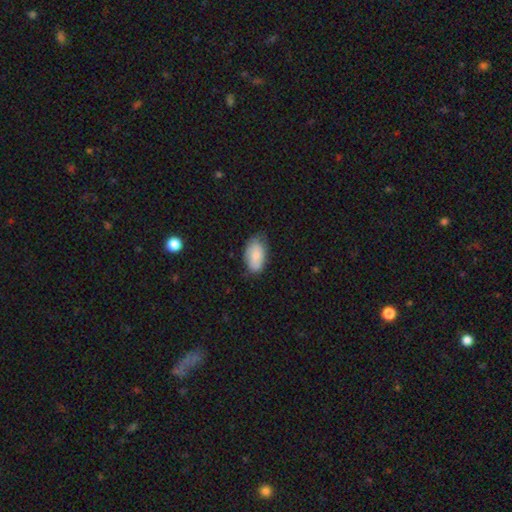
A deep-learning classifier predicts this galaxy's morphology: This appears to be a smooth galaxy with no disk features (75%) that is in between round and cigar-shaped (94%). Merging: none (66%).